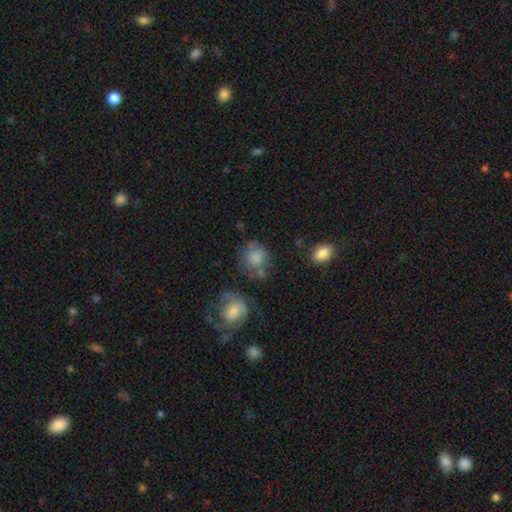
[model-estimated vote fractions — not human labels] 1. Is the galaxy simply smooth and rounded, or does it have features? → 72% smooth, 18% featured or disk, 10% star or artifact.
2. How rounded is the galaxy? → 74% round, 24% in between, 1% cigar-shaped.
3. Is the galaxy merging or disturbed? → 57% none, 22% minor disturbance, 12% major disturbance, 10% merger.